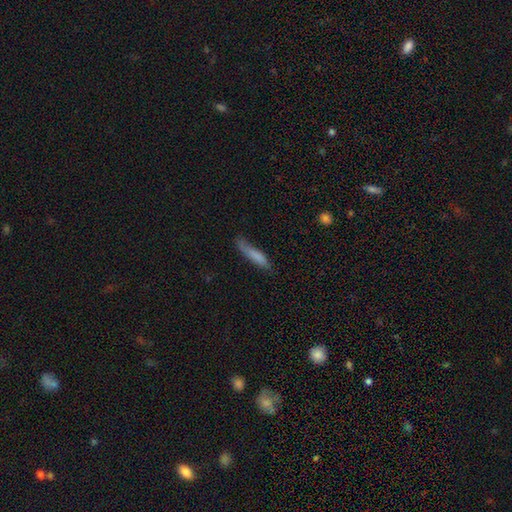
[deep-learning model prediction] Morphology: type=smooth (76%); roundness=cigar-shaped (84%); merging=none (60%).